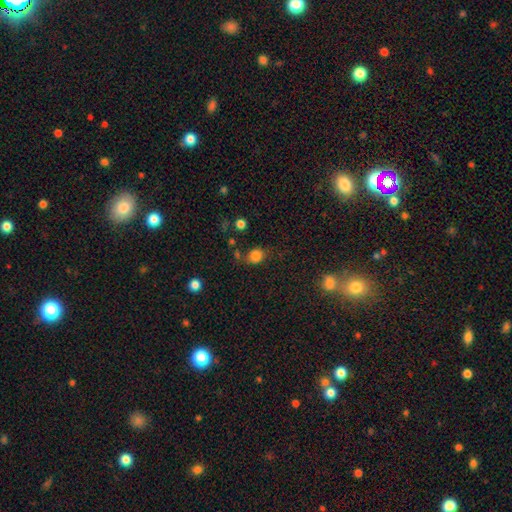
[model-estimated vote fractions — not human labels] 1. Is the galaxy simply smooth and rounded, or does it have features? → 81% smooth, 14% star or artifact, 5% featured or disk.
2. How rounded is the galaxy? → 62% round, 37% in between, 1% cigar-shaped.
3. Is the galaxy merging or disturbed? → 65% none, 19% minor disturbance, 8% merger, 7% major disturbance.